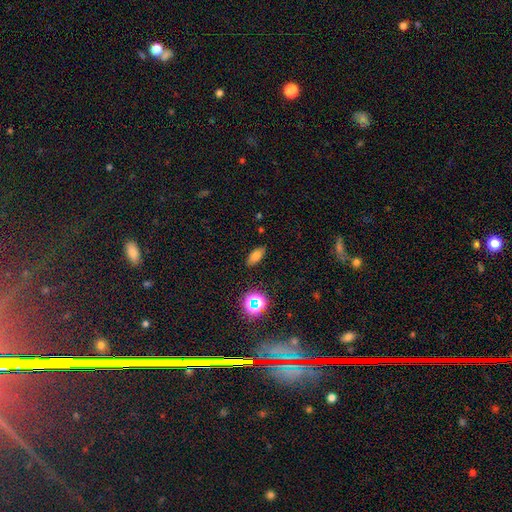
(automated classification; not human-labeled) The model was most divided on "smooth or featured": smooth: 73%, star or artifact: 16%, featured or disk: 11%. More confident: merging — none (86%); how rounded — in between (83%).